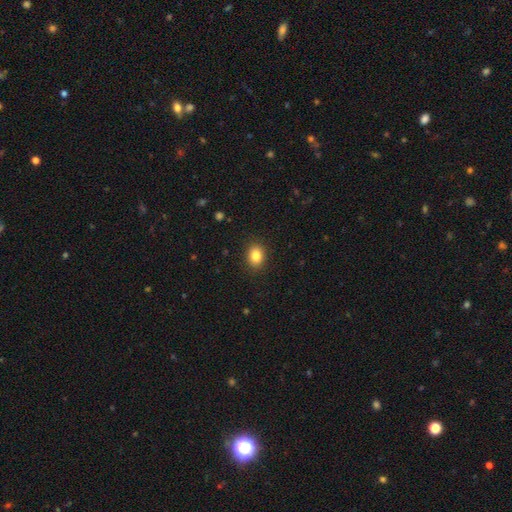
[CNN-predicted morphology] The model was most divided on "how rounded": in between: 59%, round: 40%, cigar-shaped: 1%. More confident: merging — none (90%); smooth or featured — smooth (85%).